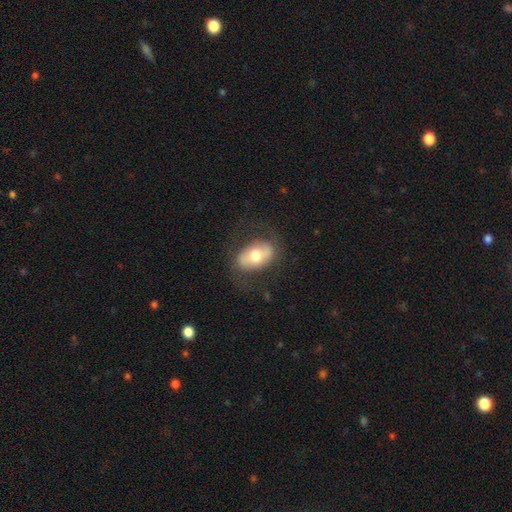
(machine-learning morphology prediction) smooth_or_featured: smooth (p=0.52) [alt: featured or disk p=0.41]
how_rounded: in between (p=0.88) [alt: round p=0.10]
merging: none (p=0.72) [alt: minor disturbance p=0.16]